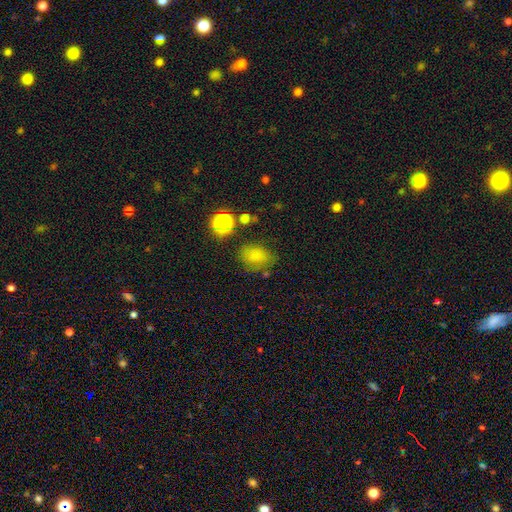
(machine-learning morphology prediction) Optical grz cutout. It shows a smooth galaxy with no disk features (76%) that is in between round and cigar-shaped (65%). Merging: none (69%).